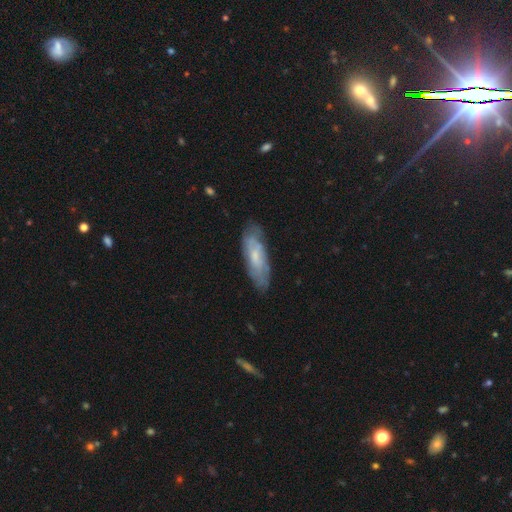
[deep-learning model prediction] Morphology: type=featured or disk (48%); merging=none (73%).